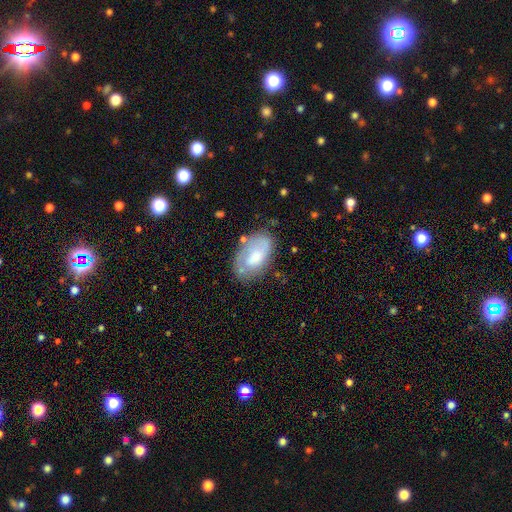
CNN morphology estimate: Overall: smooth (53%; featured or disk 40%). How rounded: in between (91%). Merging: none (58%; minor disturbance 25%).